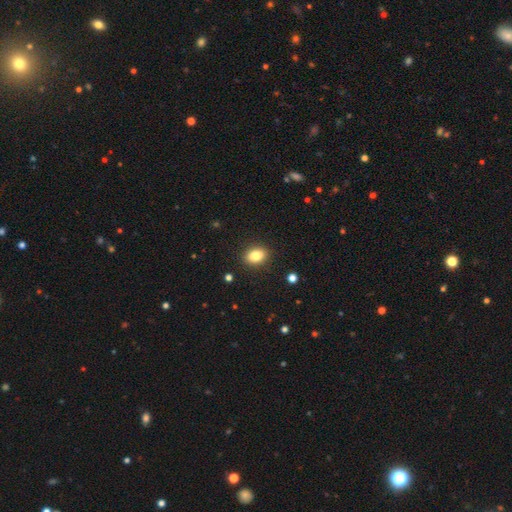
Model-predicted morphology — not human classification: The model was most divided on "how rounded": in between: 76%, round: 22%, cigar-shaped: 1%. More confident: merging — none (89%); smooth or featured — smooth (84%).